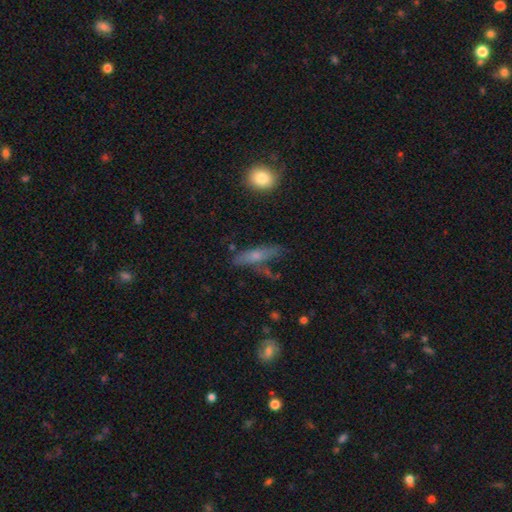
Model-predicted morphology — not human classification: This appears to be a smooth galaxy with no disk features (54%) that is cigar-shaped (74%). Merging: none (69%).